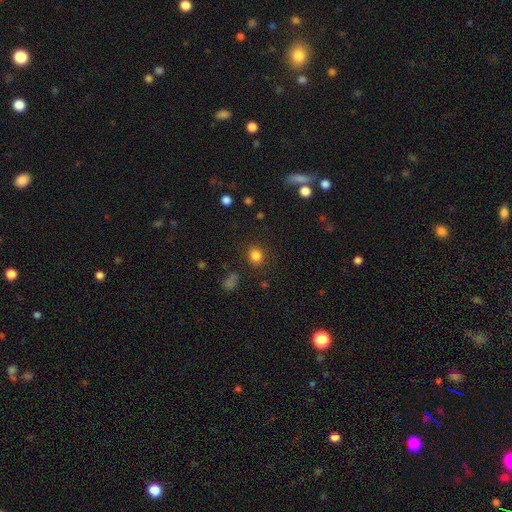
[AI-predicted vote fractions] This appears to be a smooth galaxy with no disk features (82%) that is round (81%). Merging: none (87%).